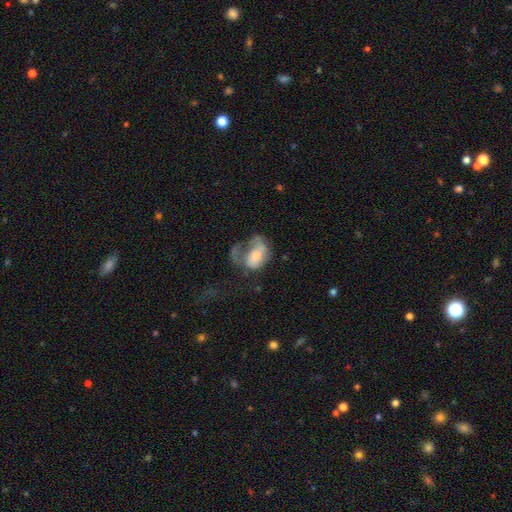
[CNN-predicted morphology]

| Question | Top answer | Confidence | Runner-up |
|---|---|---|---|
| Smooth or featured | smooth | 51% | featured or disk (41%) |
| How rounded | in between | 79% | round (20%) |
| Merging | major disturbance | 53% | minor disturbance (20%) |